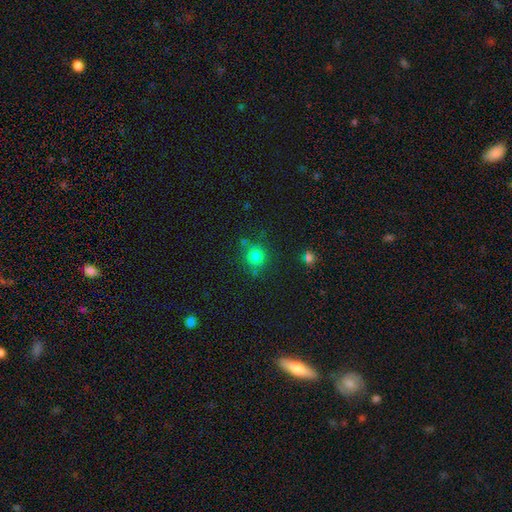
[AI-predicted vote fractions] Q: Smooth or featured?
A: smooth (79%); runner-up: star or artifact (15%)
Q: How rounded?
A: round (91%); runner-up: in between (8%)
Q: Merging?
A: none (75%); runner-up: minor disturbance (11%)